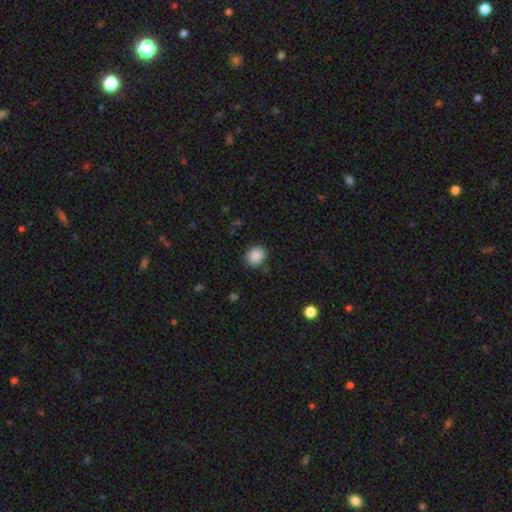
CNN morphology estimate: Smooth or featured? smooth (88%)
How rounded? round (68%)
Merging? none (84%)